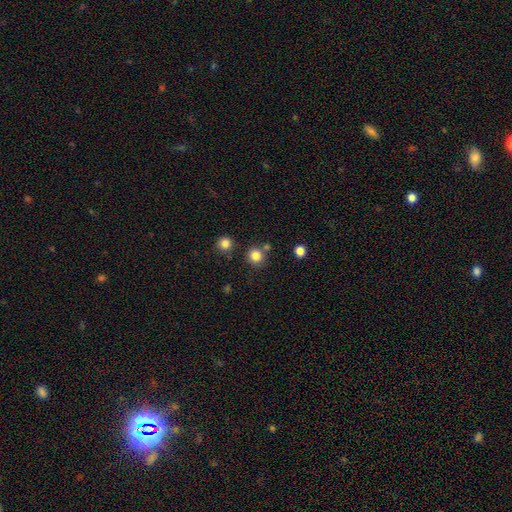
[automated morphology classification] A smooth galaxy with no disk features (83%) that is round (89%).

Vote fractions:
- Smooth or featured? smooth: 83% / star or artifact: 12% / featured or disk: 5%
- How rounded? round: 89% / in between: 10% / cigar-shaped: 1%
- Merging? none: 77% / merger: 12% / minor disturbance: 9% / major disturbance: 3%